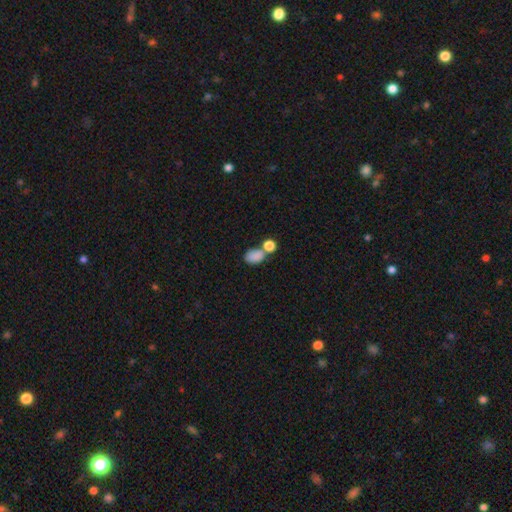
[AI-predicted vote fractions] Smooth or featured? Predicted: smooth (p=0.83). How rounded? Predicted: in between (p=0.79). Merging? Predicted: none (p=0.42).